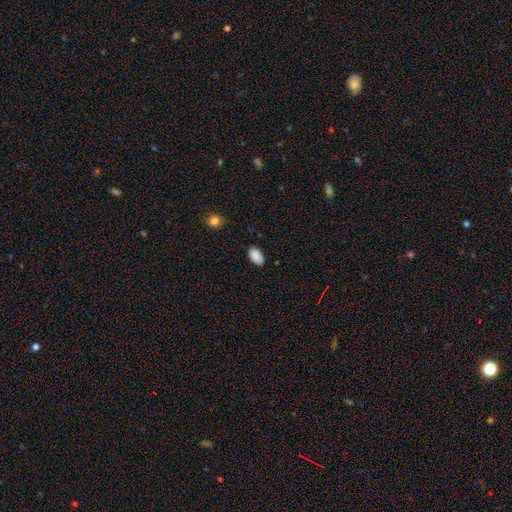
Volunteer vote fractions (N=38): This appears to be a smooth galaxy with no disk features (84%) that is in between round and cigar-shaped (100%). Merging: none (86%).